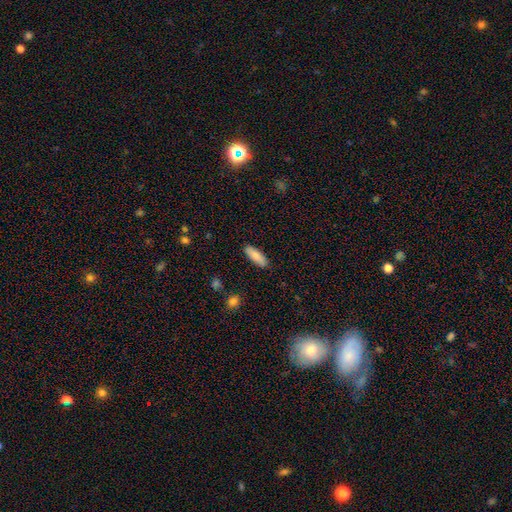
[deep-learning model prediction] A smooth galaxy with no disk features (86%) that is in between round and cigar-shaped (53%).

Vote fractions:
- Smooth or featured? smooth: 86% / featured or disk: 8% / star or artifact: 6%
- How rounded? in between: 53% / cigar-shaped: 45% / round: 2%
- Merging? none: 88% / minor disturbance: 8% / major disturbance: 2% / merger: 1%